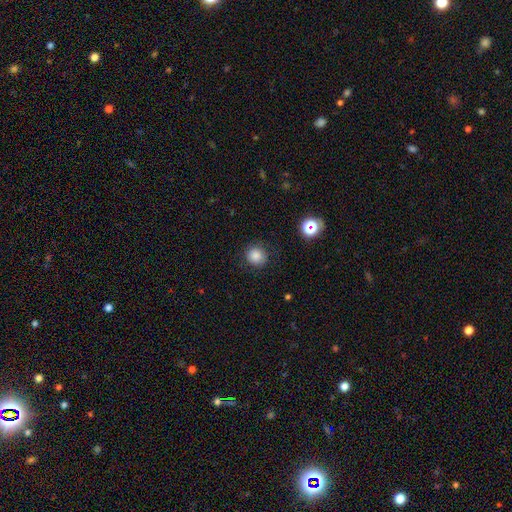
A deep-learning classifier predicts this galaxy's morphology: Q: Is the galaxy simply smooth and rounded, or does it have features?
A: smooth — 83%.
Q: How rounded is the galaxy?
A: round — 90%.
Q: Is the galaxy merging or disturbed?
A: none — 83%.